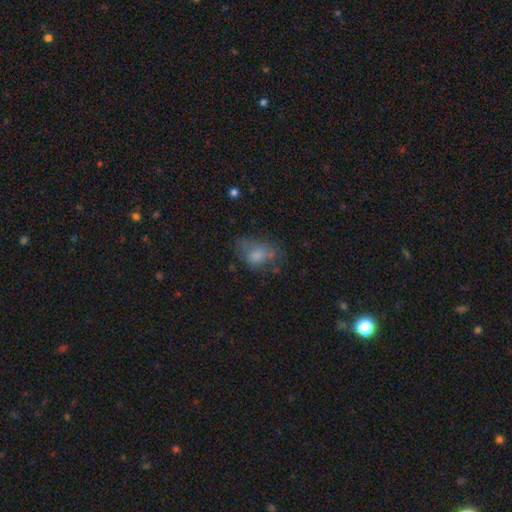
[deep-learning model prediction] smooth 60%, featured or disk 26%, star or artifact 15%. Down the decision tree: how rounded — in between (76%); merging — none (45%).